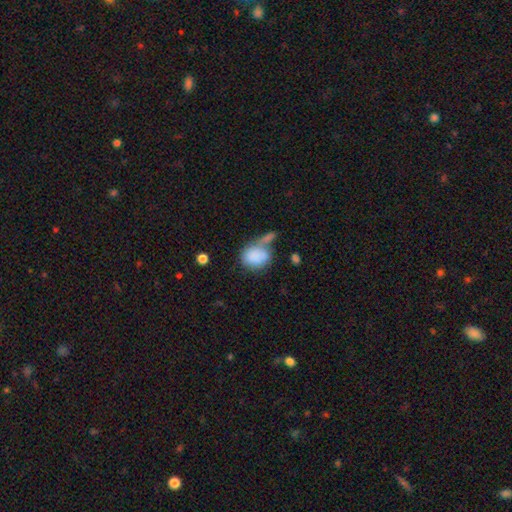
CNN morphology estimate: Q: Smooth or featured?
A: smooth (81%); runner-up: featured or disk (11%)
Q: How rounded?
A: in between (52%); runner-up: round (46%)
Q: Merging?
A: none (34%); runner-up: merger (32%)